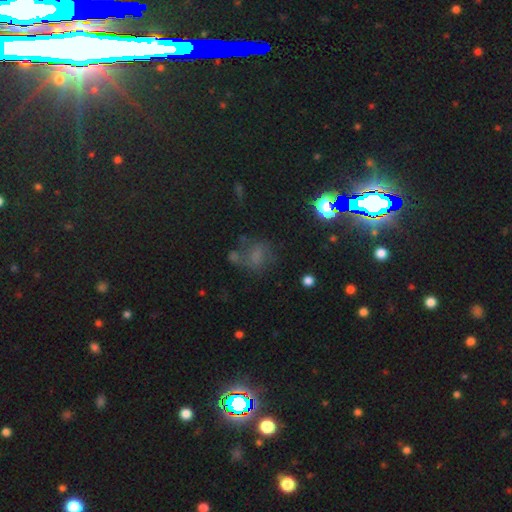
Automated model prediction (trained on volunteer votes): A smooth galaxy with no disk features (48%).

Vote fractions:
- Smooth or featured? smooth: 48% / star or artifact: 31% / featured or disk: 22%
- Merging? none: 48% / minor disturbance: 21% / major disturbance: 18% / merger: 13%